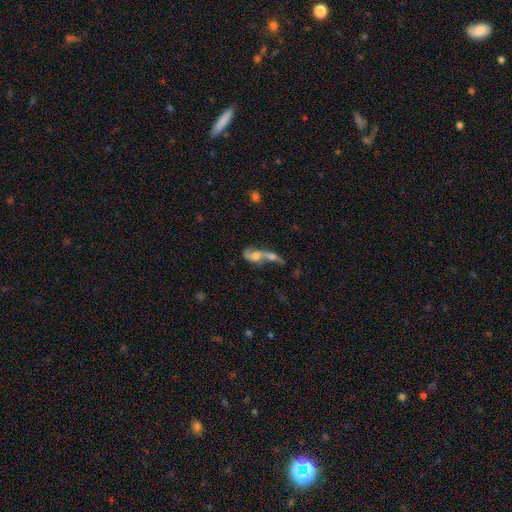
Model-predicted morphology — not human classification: Smooth or featured? featured or disk (52%)
Edge-on disk? no (90%)
Merging? merger (72%)